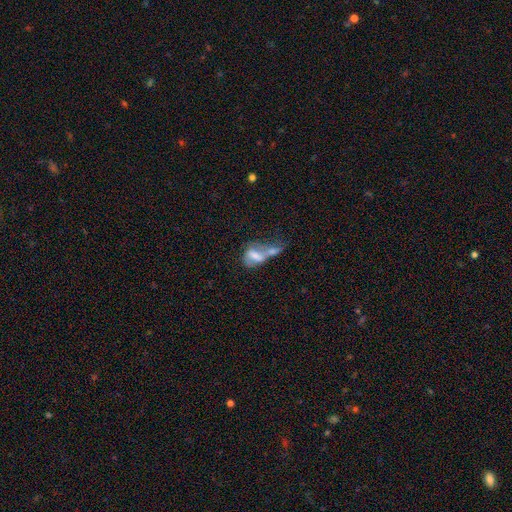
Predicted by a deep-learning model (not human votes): A smooth galaxy with no disk features (46%).

Vote fractions:
- Smooth or featured? smooth: 46% / featured or disk: 45% / star or artifact: 10%
- Merging? merger: 64% / major disturbance: 15% / none: 12% / minor disturbance: 8%